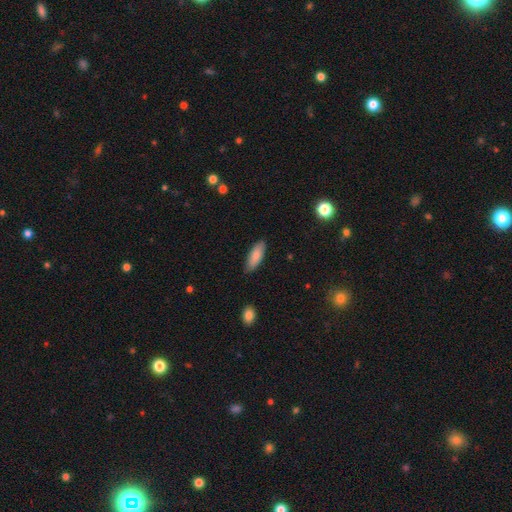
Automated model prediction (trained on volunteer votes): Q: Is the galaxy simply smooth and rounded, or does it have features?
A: smooth — 84%.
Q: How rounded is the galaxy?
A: in between — 71%.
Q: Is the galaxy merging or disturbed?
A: none — 83%.